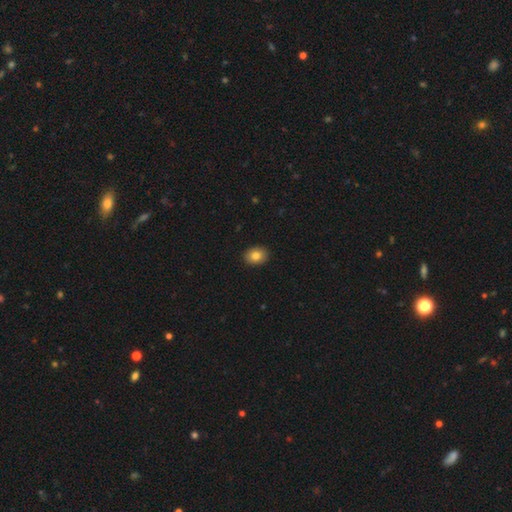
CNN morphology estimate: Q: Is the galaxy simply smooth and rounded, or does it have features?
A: smooth — 83%.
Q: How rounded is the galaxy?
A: in between — 57%.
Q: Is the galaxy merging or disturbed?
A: none — 91%.